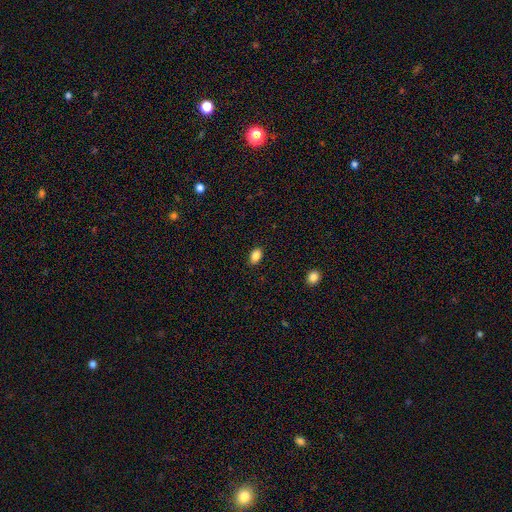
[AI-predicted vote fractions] This appears to be a smooth galaxy with no disk features (87%) that is in between round and cigar-shaped (88%). Merging: none (89%).